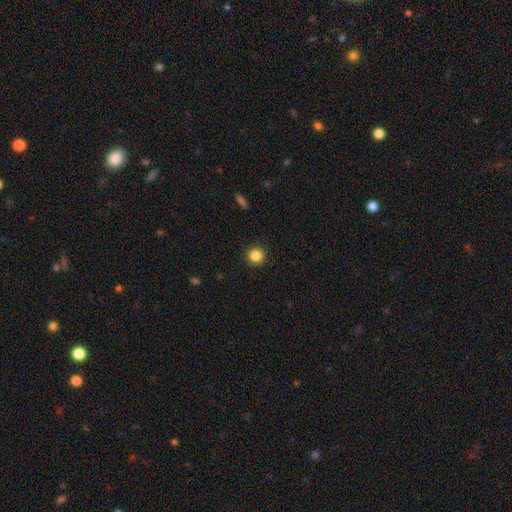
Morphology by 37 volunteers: smooth_or_featured: smooth (p=0.92) [alt: star or artifact p=0.05]
how_rounded: round (p=1.00)
merging: none (p=0.89) [alt: minor disturbance p=0.09]